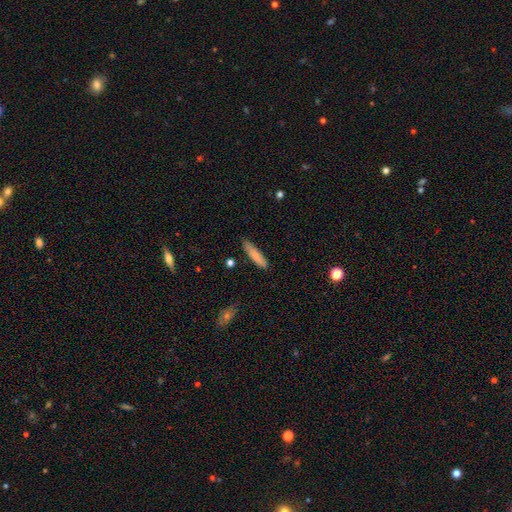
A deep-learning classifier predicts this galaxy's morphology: smooth_or_featured: smooth (p=0.81) [alt: featured or disk p=0.13]
how_rounded: cigar-shaped (p=0.77) [alt: in between p=0.22]
merging: none (p=0.85) [alt: minor disturbance p=0.12]